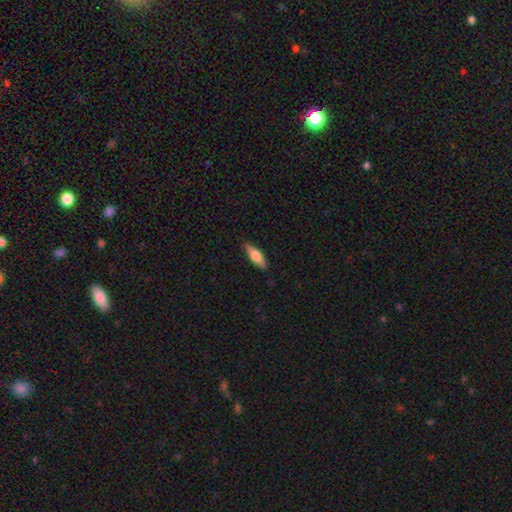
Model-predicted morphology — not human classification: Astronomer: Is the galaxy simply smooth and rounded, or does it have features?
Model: smooth — 65%.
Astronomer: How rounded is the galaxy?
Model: in between — 50% (runner-up: cigar-shaped, 48%).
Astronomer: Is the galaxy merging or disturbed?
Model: none — 86%.